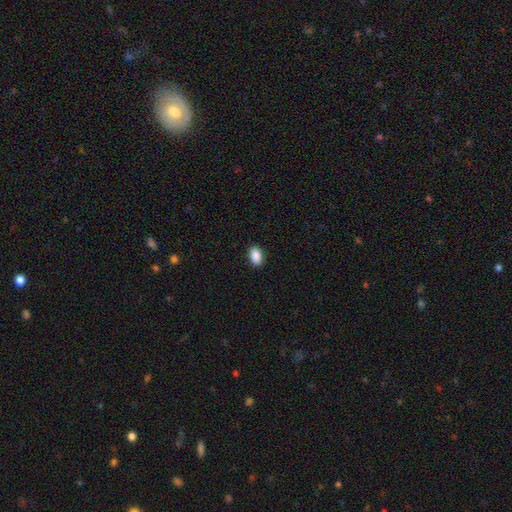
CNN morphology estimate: smooth_or_featured: smooth (p=0.90) [alt: star or artifact p=0.07]
how_rounded: in between (p=0.90) [alt: round p=0.09]
merging: none (p=0.90) [alt: minor disturbance p=0.08]